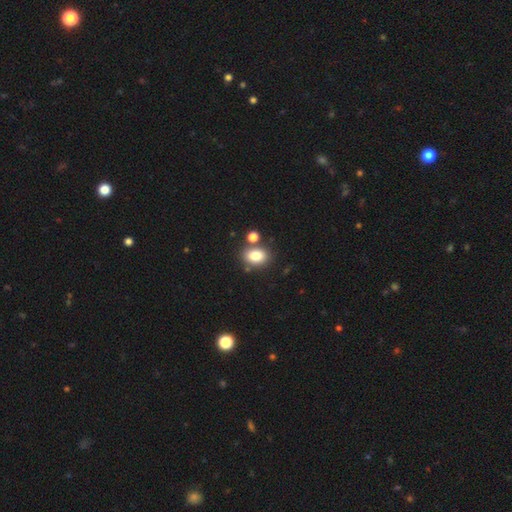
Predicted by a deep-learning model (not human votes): Morphology: type=smooth (82%); roundness=in between (68%); merging=none (69%).